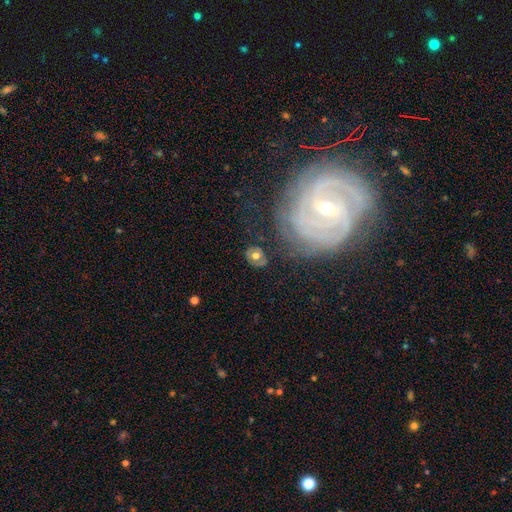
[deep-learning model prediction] smooth_or_featured: smooth (p=0.57) [alt: featured or disk p=0.33]
how_rounded: round (p=0.62) [alt: in between p=0.37]
merging: none (p=0.77) [alt: minor disturbance p=0.14]